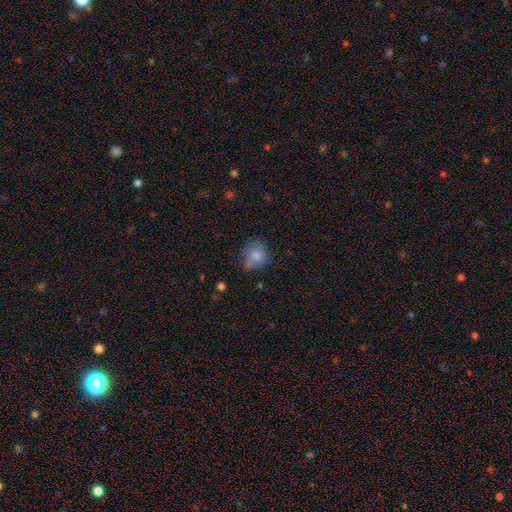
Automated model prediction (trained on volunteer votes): Smooth or featured?
  - smooth: 70% *
  - featured or disk: 21%
  - star or artifact: 9%
How rounded?
  - round: 61% *
  - in between: 38%
  - cigar-shaped: 1%
Merging?
  - none: 56% *
  - minor disturbance: 29%
  - major disturbance: 12%
  - merger: 4%